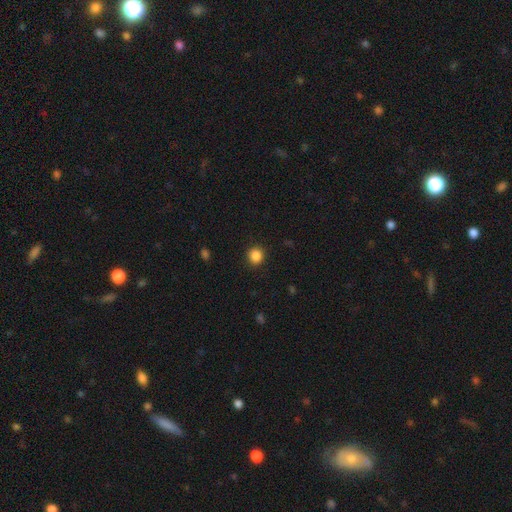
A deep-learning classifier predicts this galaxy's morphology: The model was most divided on "smooth or featured": smooth: 86%, star or artifact: 11%, featured or disk: 3%. More confident: merging — none (90%); how rounded — round (89%).